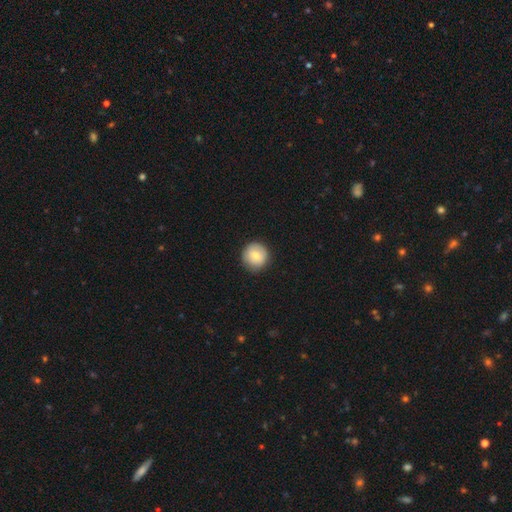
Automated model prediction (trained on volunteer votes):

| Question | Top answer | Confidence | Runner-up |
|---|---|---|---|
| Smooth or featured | smooth | 78% | featured or disk (15%) |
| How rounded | round | 93% | in between (6%) |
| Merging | none | 88% | minor disturbance (9%) |